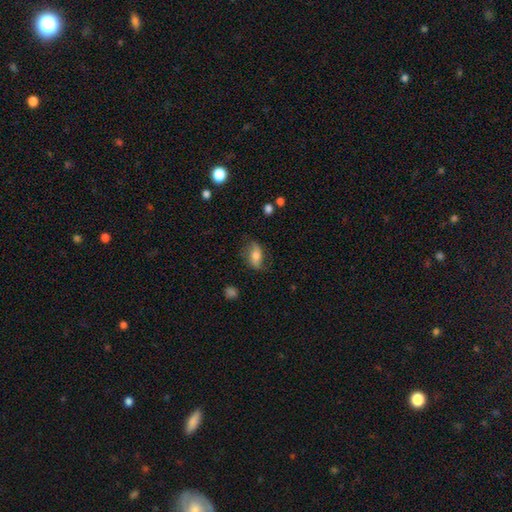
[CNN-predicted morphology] Q: Smooth or featured?
A: smooth (57%); runner-up: featured or disk (35%)
Q: How rounded?
A: in between (83%); runner-up: round (9%)
Q: Merging?
A: none (70%); runner-up: minor disturbance (21%)